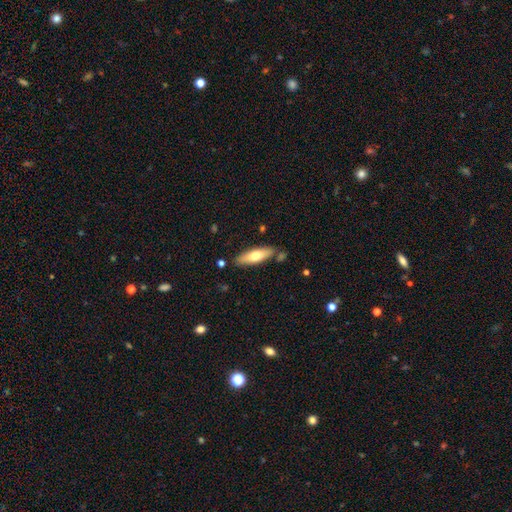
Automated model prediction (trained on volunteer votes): A smooth galaxy with no disk features (63%) that is cigar-shaped (52%).

Vote fractions:
- Smooth or featured? smooth: 63% / featured or disk: 32% / star or artifact: 6%
- How rounded? cigar-shaped: 52% / in between: 47% / round: 2%
- Merging? none: 80% / minor disturbance: 12% / merger: 5% / major disturbance: 2%